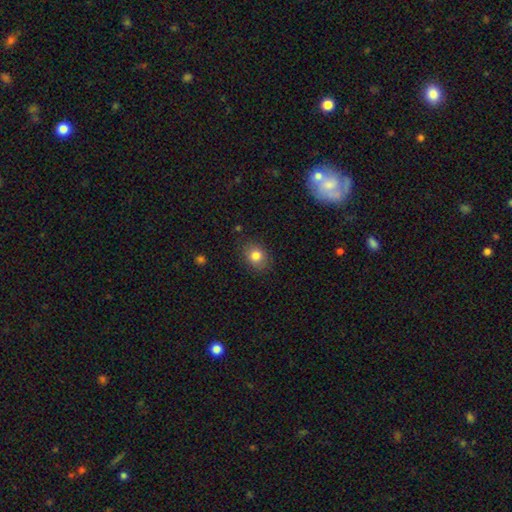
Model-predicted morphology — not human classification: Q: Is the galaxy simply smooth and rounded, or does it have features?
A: smooth — 82%.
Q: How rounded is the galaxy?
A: in between — 55%.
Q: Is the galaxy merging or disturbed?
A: none — 84%.